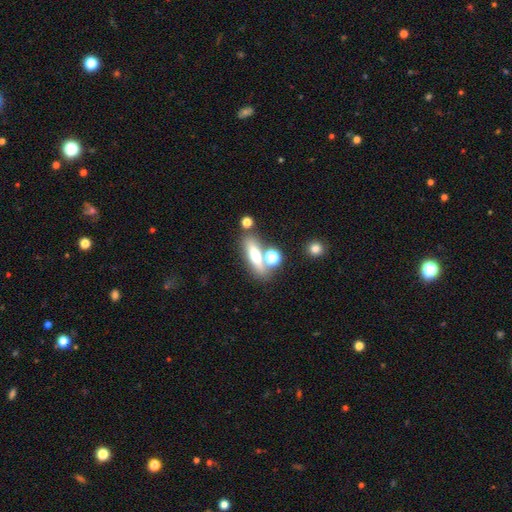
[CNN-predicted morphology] Smooth or featured: smooth — 57% (featured or disk — 31%)
How rounded: in between — 44% (cigar-shaped — 43%)
Merging: none — 63% (merger — 20%)